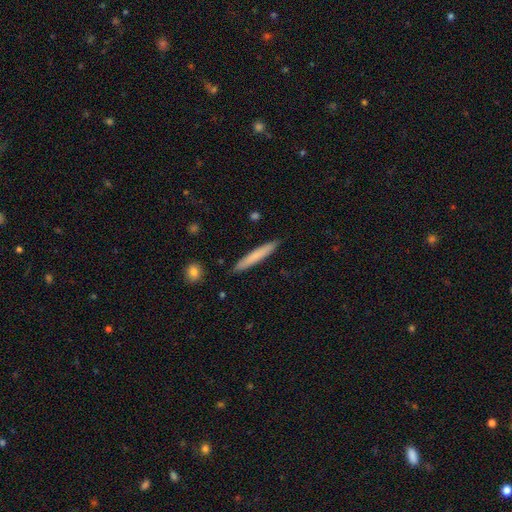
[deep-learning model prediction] A smooth galaxy with no disk features (73%) that is cigar-shaped (95%). Merging: none (90%).